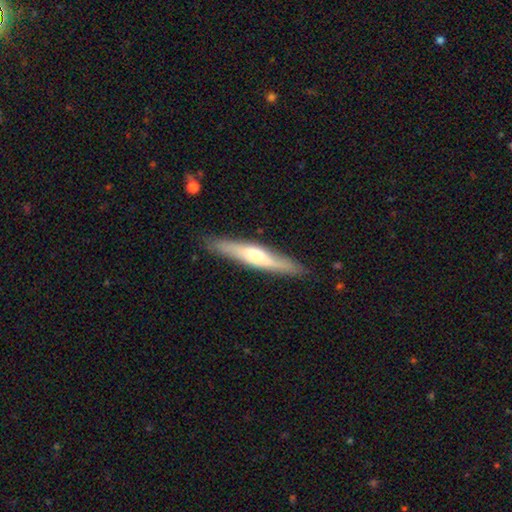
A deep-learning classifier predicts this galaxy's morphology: featured or disk 49%, smooth 46%, star or artifact 5%. Down the decision tree: merging — none (87%).